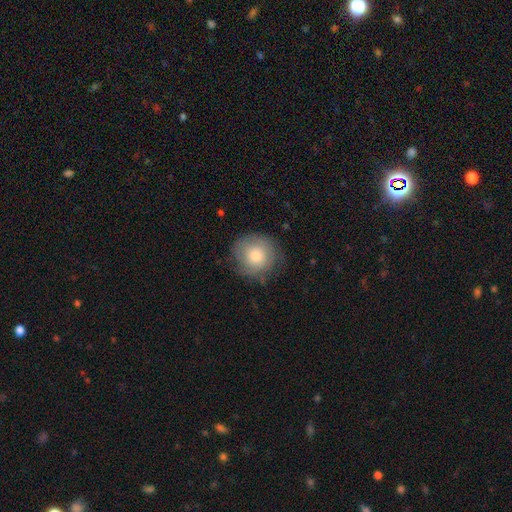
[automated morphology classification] A smooth galaxy with no disk features (61%) that is round (92%). Merging: none (78%).